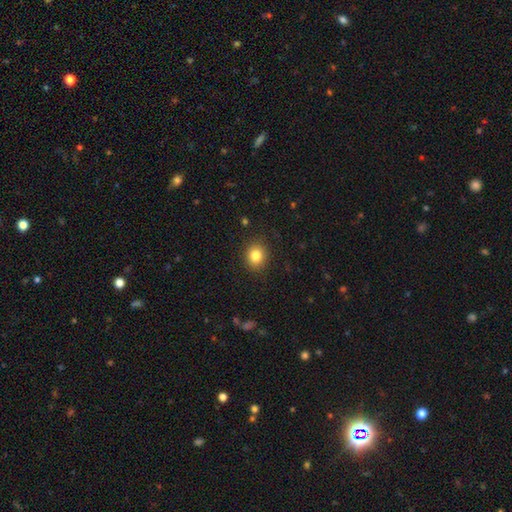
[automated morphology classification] The model was most divided on "how rounded": round: 72%, in between: 27%, cigar-shaped: 1%. More confident: merging — none (89%); smooth or featured — smooth (82%).